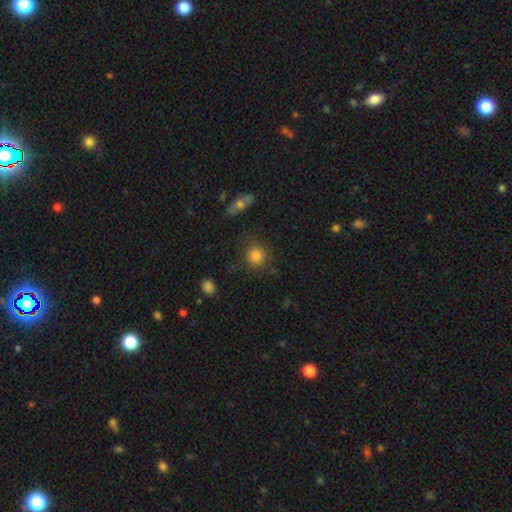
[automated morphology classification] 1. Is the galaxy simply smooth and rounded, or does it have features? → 82% smooth, 11% star or artifact, 7% featured or disk.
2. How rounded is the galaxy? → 87% round, 11% in between, 1% cigar-shaped.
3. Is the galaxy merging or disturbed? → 76% none, 15% minor disturbance, 6% major disturbance, 4% merger.